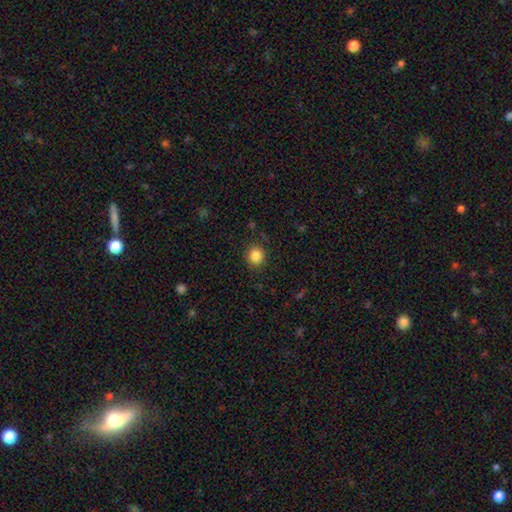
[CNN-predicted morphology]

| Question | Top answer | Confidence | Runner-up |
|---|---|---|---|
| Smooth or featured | smooth | 86% | star or artifact (10%) |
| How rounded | round | 87% | in between (12%) |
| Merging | none | 88% | minor disturbance (8%) |